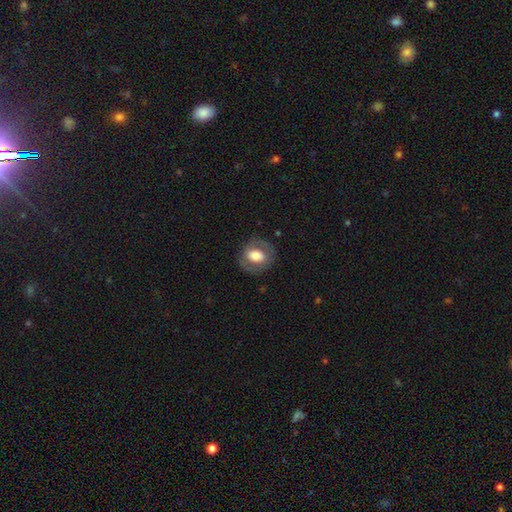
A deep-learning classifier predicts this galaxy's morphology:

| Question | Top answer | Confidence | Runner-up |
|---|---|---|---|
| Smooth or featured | smooth | 60% | featured or disk (33%) |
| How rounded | round | 53% | in between (46%) |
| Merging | none | 78% | minor disturbance (14%) |